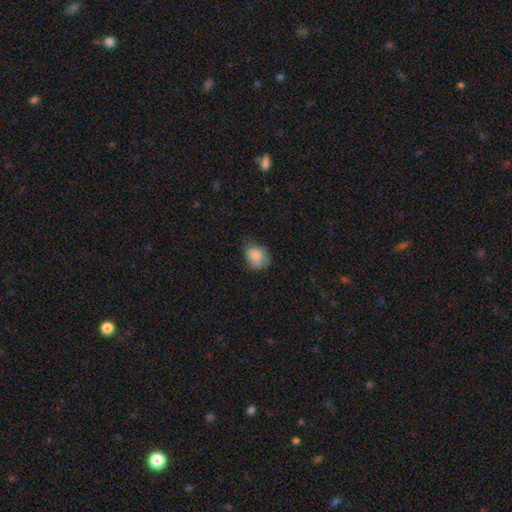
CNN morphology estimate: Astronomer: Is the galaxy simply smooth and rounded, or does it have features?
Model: smooth — 84%.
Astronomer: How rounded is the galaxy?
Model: round — 55% (runner-up: in between, 44%).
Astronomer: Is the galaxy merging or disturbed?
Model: none — 64%.